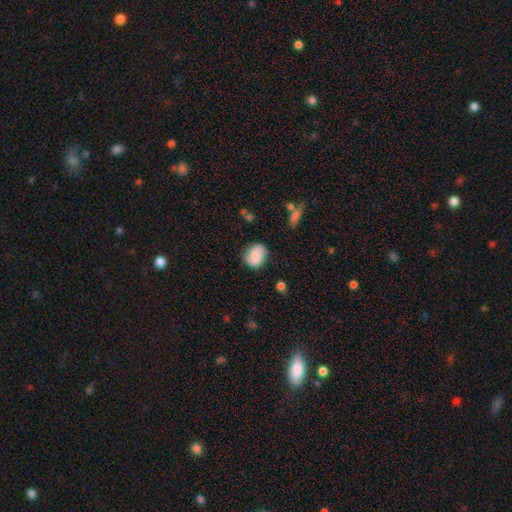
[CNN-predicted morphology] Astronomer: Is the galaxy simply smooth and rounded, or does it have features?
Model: smooth — 75%.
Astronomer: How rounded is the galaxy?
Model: round — 57% (runner-up: in between, 42%).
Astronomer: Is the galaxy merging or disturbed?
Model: none — 74%.